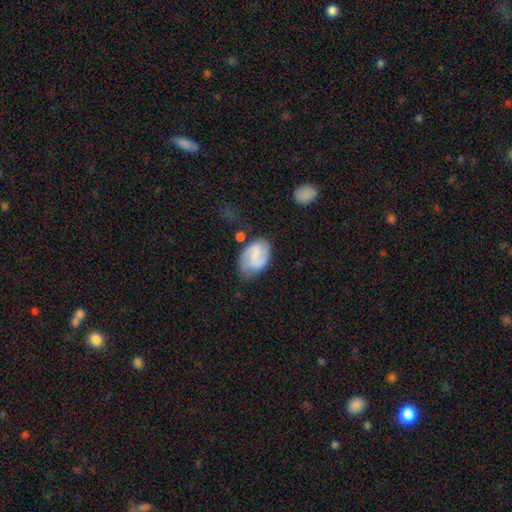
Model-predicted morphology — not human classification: The model was most divided on "bulge size": small: 44%, none: 36%, moderate: 17%, large: 2%, dominant: 1%. Remaining: edge-on disk — no (97%); spiral arms — yes (90%); spiral arm count — 2 (85%); merging — none (64%); smooth or featured — featured or disk (58%); bar — weak (55%); spiral winding — medium (48%).